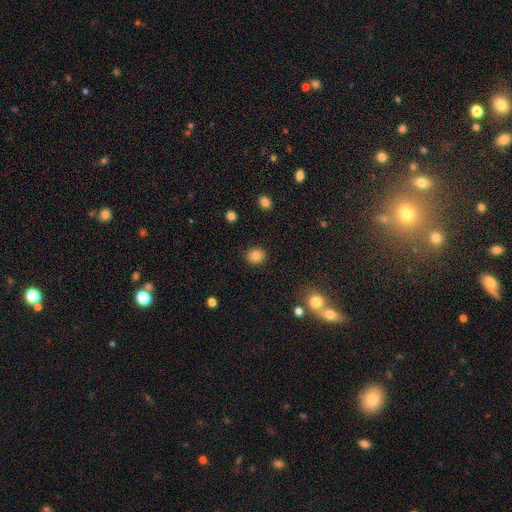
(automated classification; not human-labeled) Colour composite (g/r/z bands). It shows a smooth galaxy with no disk features (83%) that is round (79%). Merging: none (90%).